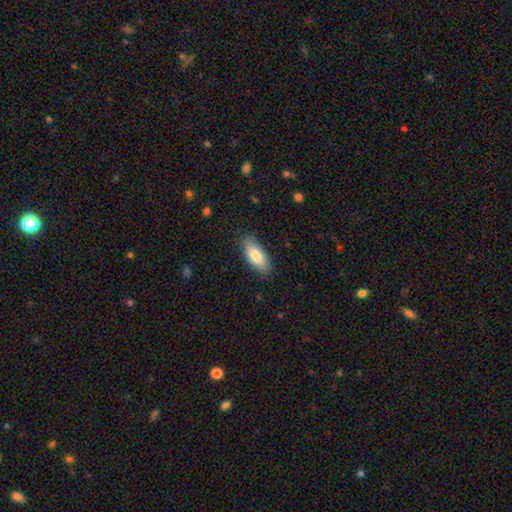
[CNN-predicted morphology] Smooth or featured? Predicted: smooth (p=0.79). How rounded? Predicted: in between (p=0.85). Merging? Predicted: none (p=0.84).